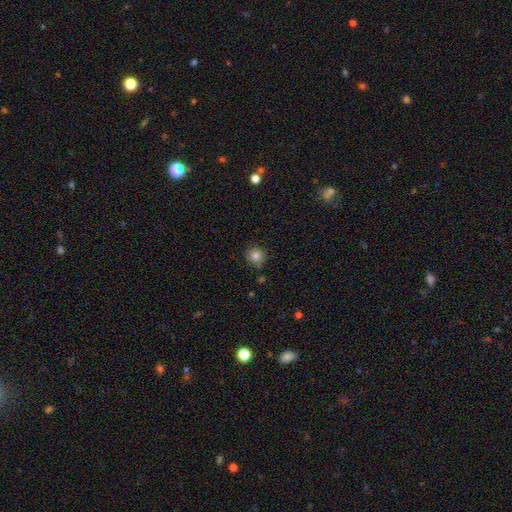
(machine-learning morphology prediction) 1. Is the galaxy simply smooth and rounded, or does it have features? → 84% smooth, 11% star or artifact, 5% featured or disk.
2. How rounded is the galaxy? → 92% round, 7% in between, 1% cigar-shaped.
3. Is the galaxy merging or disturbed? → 81% none, 13% minor disturbance, 4% merger, 3% major disturbance.